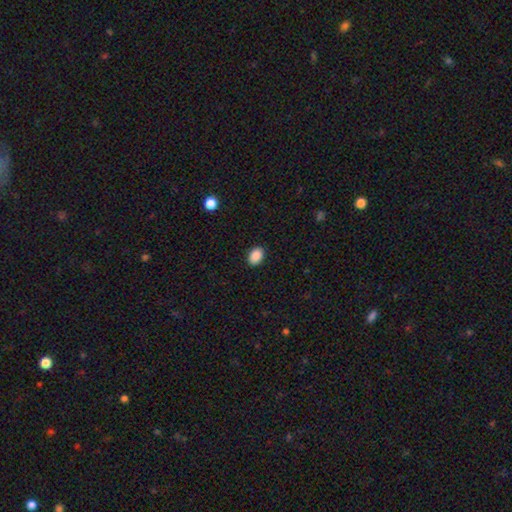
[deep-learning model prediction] Smooth or featured? Predicted: smooth (p=0.89). How rounded? Predicted: in between (p=0.81). Merging? Predicted: none (p=0.90).